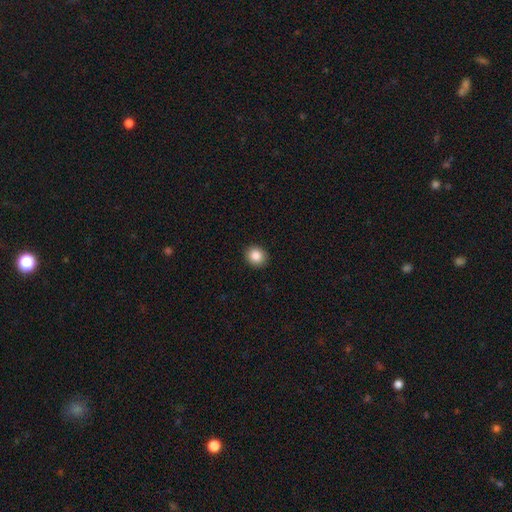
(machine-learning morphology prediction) Smooth or featured: smooth — 86% (star or artifact — 9%)
How rounded: round — 80% (in between — 19%)
Merging: none — 92% (minor disturbance — 5%)